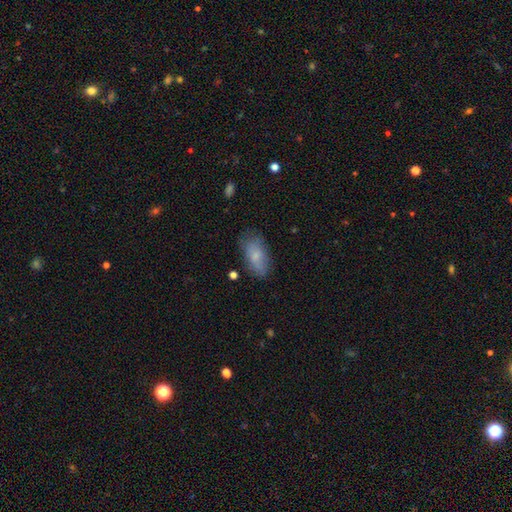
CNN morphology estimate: Overall: smooth (76%). How rounded: in between (90%). Merging: none (68%).